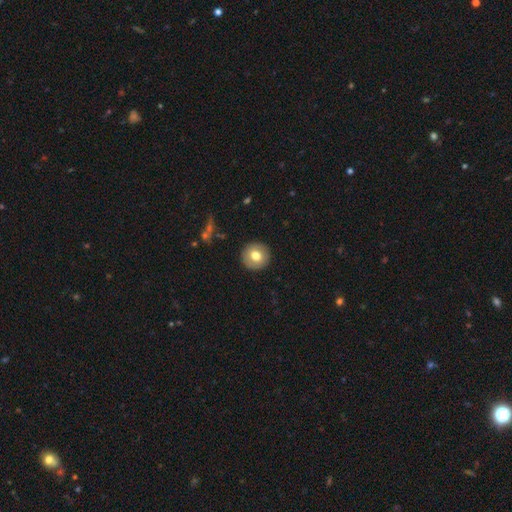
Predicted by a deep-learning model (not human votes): smooth 73%, featured or disk 19%, star or artifact 8%. Down the decision tree: how rounded — round (94%); merging — none (92%).